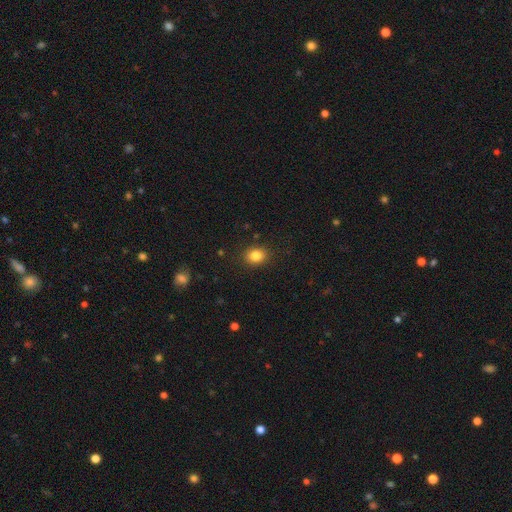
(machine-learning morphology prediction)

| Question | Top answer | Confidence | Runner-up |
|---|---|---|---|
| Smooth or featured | smooth | 83% | star or artifact (11%) |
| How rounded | round | 59% | in between (40%) |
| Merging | none | 88% | minor disturbance (8%) |